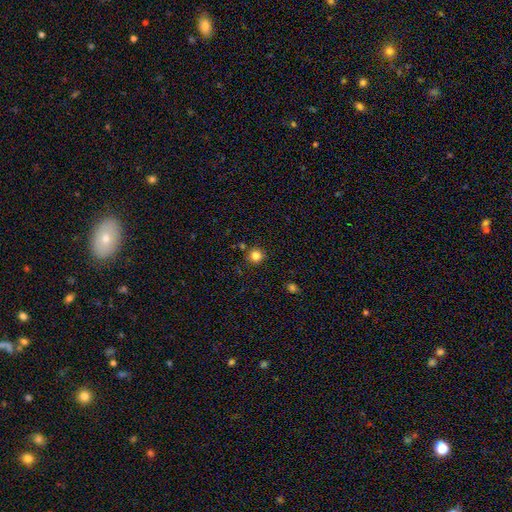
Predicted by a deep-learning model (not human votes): Smooth or featured? smooth (83%)
How rounded? round (93%)
Merging? none (86%)